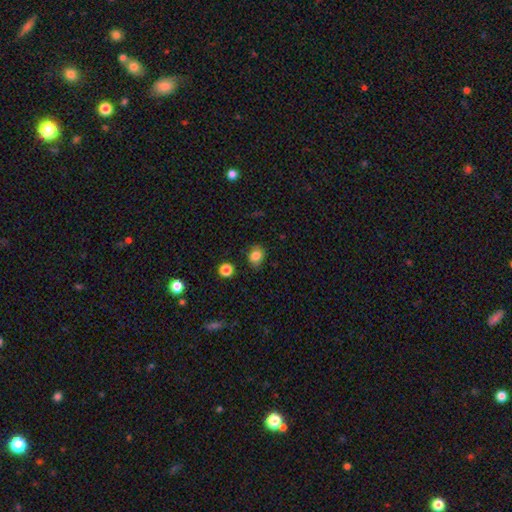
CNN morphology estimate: The model was most divided on "how rounded": round: 52%, in between: 47%, cigar-shaped: 1%. More confident: smooth or featured — smooth (83%); merging — none (81%).